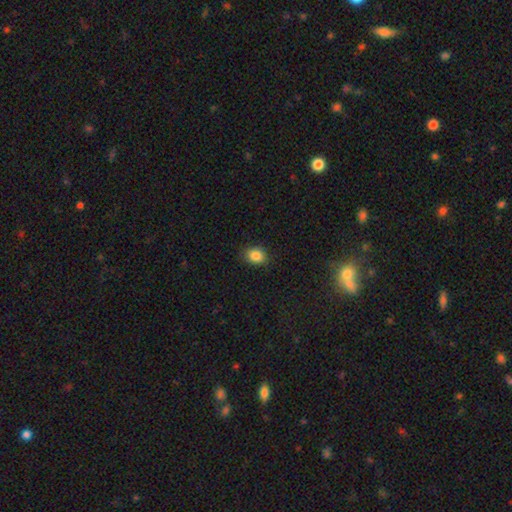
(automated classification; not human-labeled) A smooth galaxy with no disk features (86%) that is in between round and cigar-shaped (53%). Merging: none (86%).